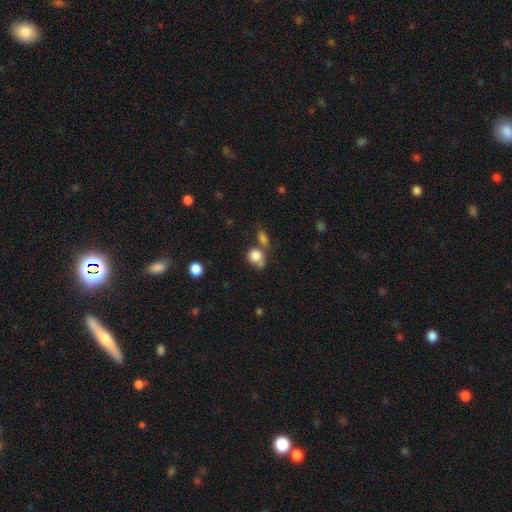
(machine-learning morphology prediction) smooth-or-featured: smooth: 83% | star or artifact: 10% | featured or disk: 7%
  how-rounded: round: 72% | in between: 27% | cigar-shaped: 1%
  merging: none: 46% | merger: 29% | minor disturbance: 17% | major disturbance: 8%